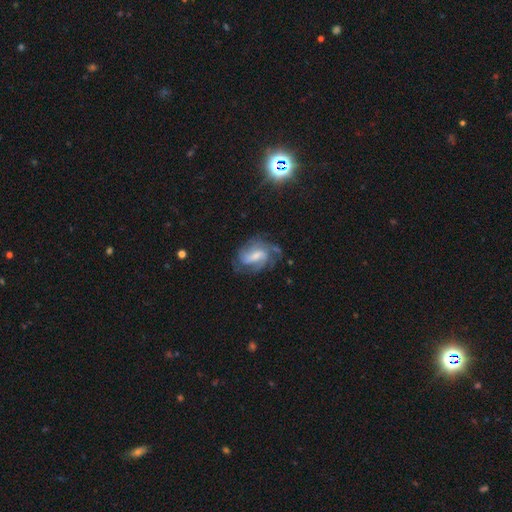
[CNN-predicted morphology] This appears to be a featured or disk galaxy (78%) with a weak bar (48%), 3 (28%) medium (43%) spiral arms (93%) and a moderate central bulge (39%). Merging: none (61%).